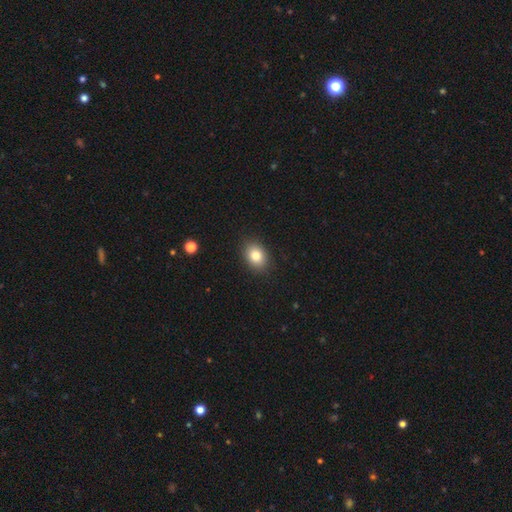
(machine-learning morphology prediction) Smooth or featured?
  - smooth: 82% *
  - star or artifact: 9%
  - featured or disk: 9%
How rounded?
  - in between: 66% *
  - round: 33%
  - cigar-shaped: 1%
Merging?
  - none: 88% *
  - minor disturbance: 9%
  - major disturbance: 2%
  - merger: 1%